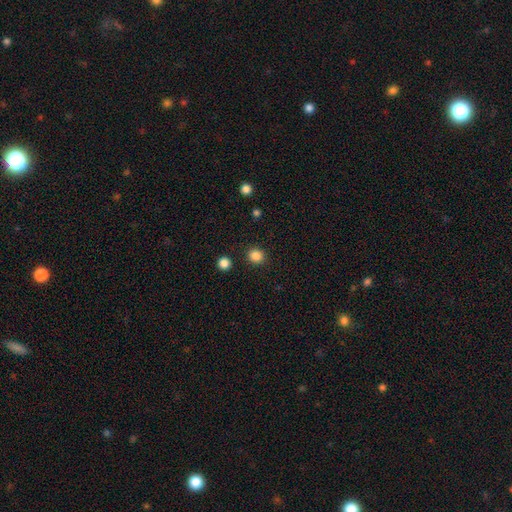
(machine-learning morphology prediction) This is clearly a smooth galaxy (85%). How rounded: clearly round (86%). Merging: clearly none (91%).